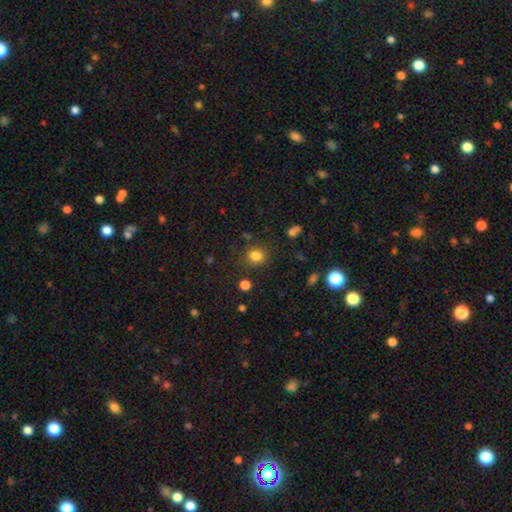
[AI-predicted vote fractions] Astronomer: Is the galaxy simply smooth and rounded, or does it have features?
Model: smooth — 81%.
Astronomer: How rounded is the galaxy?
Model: round — 78%.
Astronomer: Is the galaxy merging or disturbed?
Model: none — 83%.